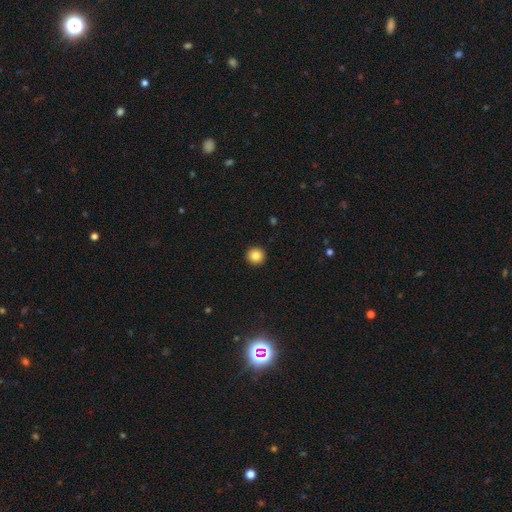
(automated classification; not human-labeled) This is clearly a smooth galaxy (84%). How rounded: clearly round (96%). Merging: clearly none (94%).